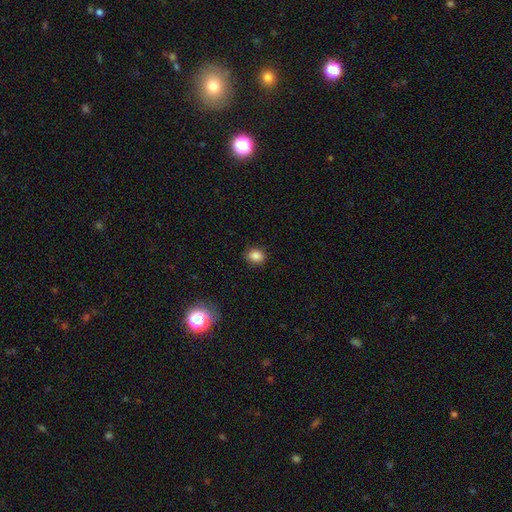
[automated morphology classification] smooth_or_featured: smooth (p=0.85) [alt: star or artifact p=0.11]
how_rounded: round (p=0.59) [alt: in between p=0.40]
merging: none (p=0.88) [alt: minor disturbance p=0.09]